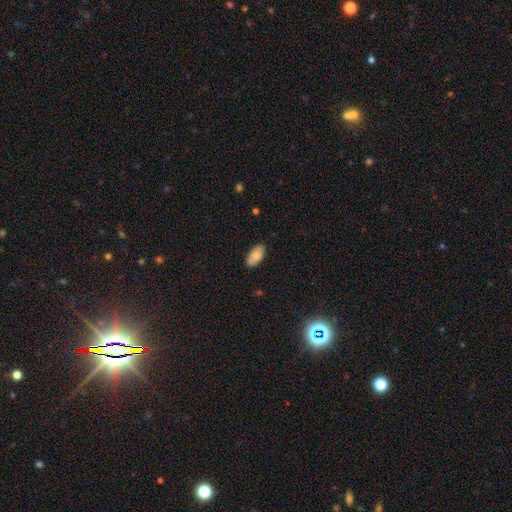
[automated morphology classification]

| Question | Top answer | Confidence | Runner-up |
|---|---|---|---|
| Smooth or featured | smooth | 80% | featured or disk (13%) |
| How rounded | in between | 94% | cigar-shaped (4%) |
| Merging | none | 86% | minor disturbance (11%) |